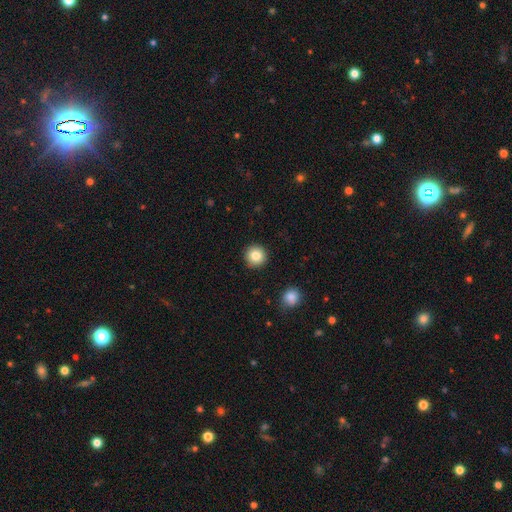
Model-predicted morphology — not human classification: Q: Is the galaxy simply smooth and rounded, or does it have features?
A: smooth — 84%.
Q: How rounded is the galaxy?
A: round — 95%.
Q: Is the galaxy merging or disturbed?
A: none — 92%.